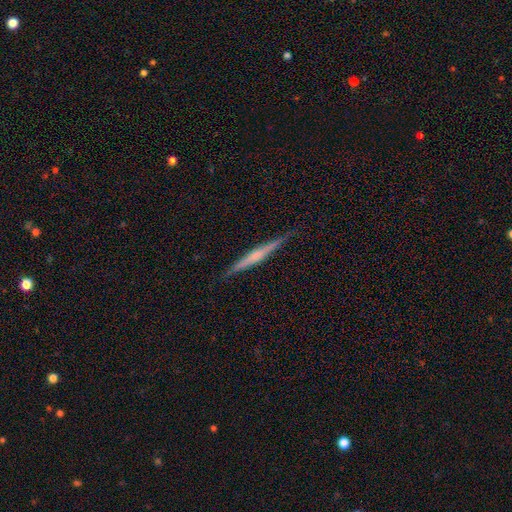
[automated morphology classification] Smooth or featured? Predicted: featured or disk (p=0.67). Edge-on disk? Predicted: yes (p=0.98). Edge-on bulge? Predicted: rounded (p=0.53). Merging? Predicted: none (p=0.89).